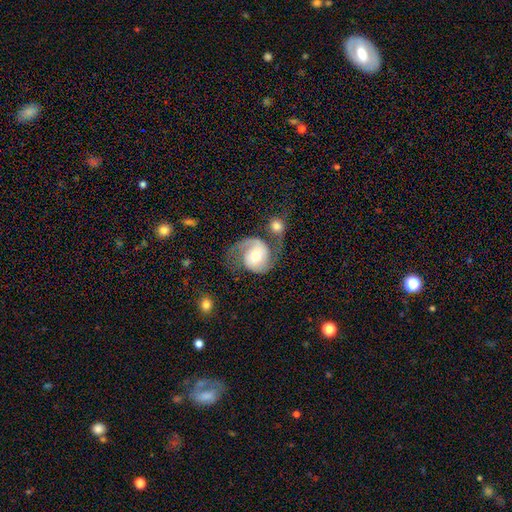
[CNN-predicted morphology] Overall: featured or disk (80%). Edge-on disk: no (98%). Bar: no (59%; weak 32%). Spiral arms: yes (95%). Spiral arm count: 2 (81%). Spiral winding: medium (50%; loose 27%). Bulge size: moderate (59%; small 22%). Merging: none (44%; merger 20%).